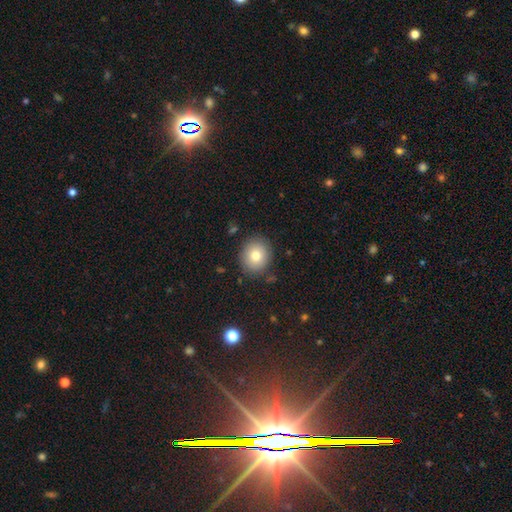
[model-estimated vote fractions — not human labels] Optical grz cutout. It shows a smooth galaxy with no disk features (77%) that is round (79%). Merging: none (86%).